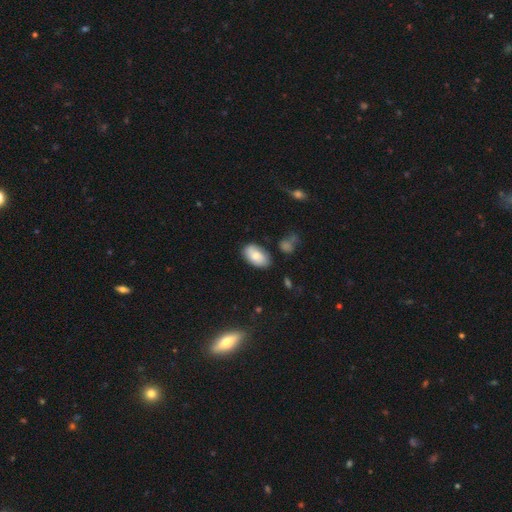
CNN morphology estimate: Smooth or featured?
  - smooth: 74% *
  - featured or disk: 18%
  - star or artifact: 7%
How rounded?
  - in between: 93% *
  - round: 5%
  - cigar-shaped: 2%
Merging?
  - none: 76% *
  - minor disturbance: 17%
  - major disturbance: 4%
  - merger: 3%